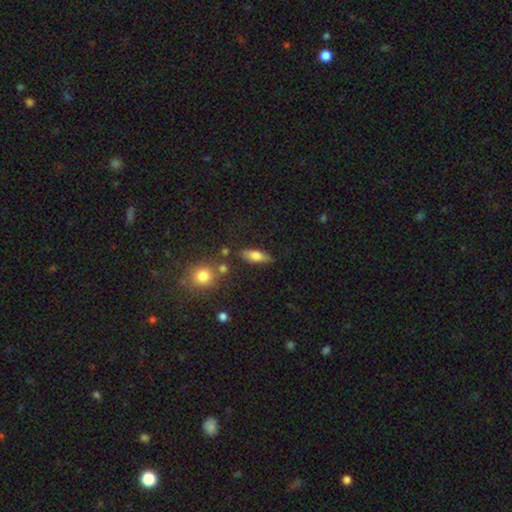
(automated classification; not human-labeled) Smooth or featured?
  - smooth: 70% *
  - featured or disk: 22%
  - star or artifact: 8%
How rounded?
  - in between: 65% *
  - cigar-shaped: 31%
  - round: 4%
Merging?
  - none: 77% *
  - minor disturbance: 13%
  - merger: 5%
  - major disturbance: 4%